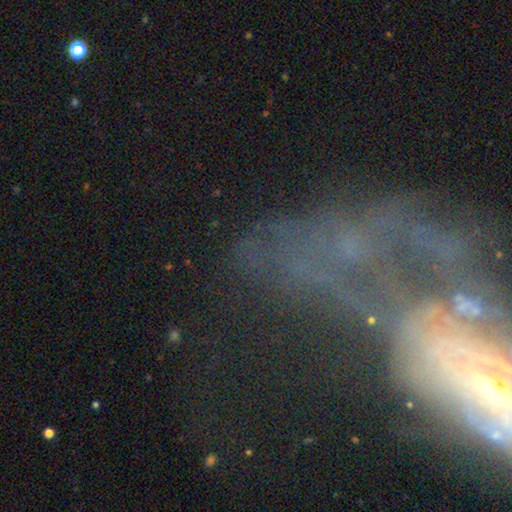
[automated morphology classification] Smooth or featured?
  - star or artifact: 43% *
  - featured or disk: 36%
  - smooth: 21%